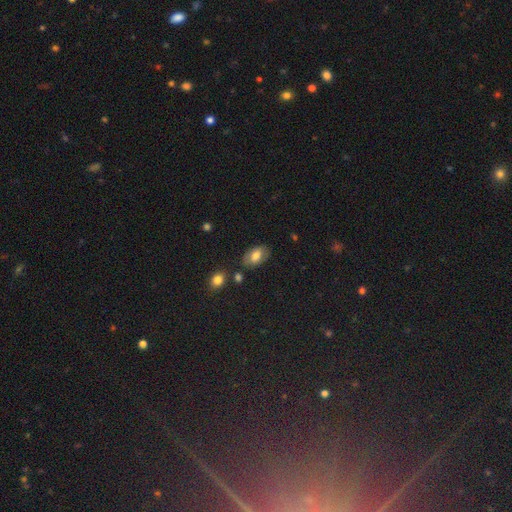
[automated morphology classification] This is likely a smooth galaxy (72%). How rounded: clearly in between (91%). Merging: likely none (76%).